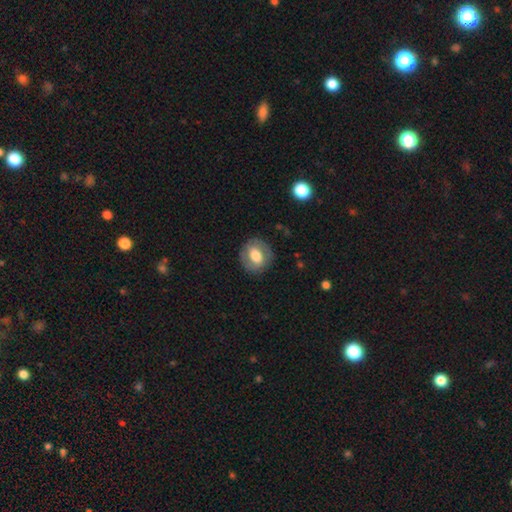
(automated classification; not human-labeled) This appears to be a smooth galaxy with no disk features (56%) that is round (68%). Merging: none (83%).